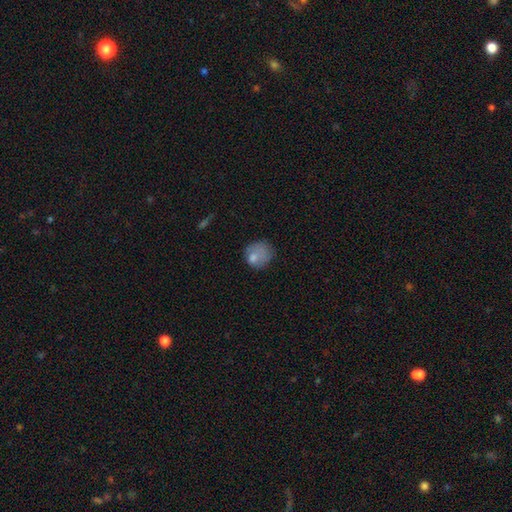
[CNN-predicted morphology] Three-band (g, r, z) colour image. It shows a smooth galaxy with no disk features (73%) that is round (72%). Merging: none (52%).